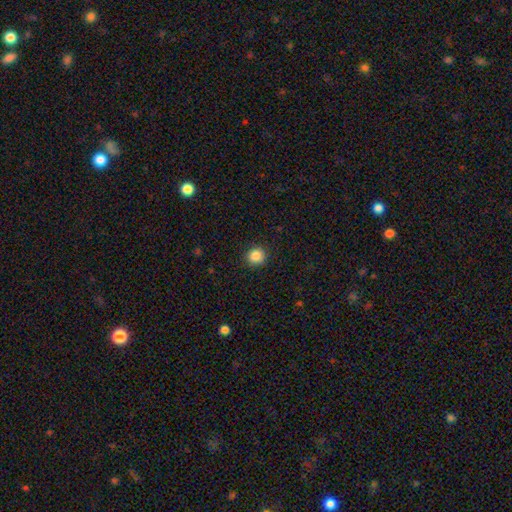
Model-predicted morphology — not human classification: This appears to be a smooth galaxy with no disk features (86%) that is round (91%). Merging: none (90%).